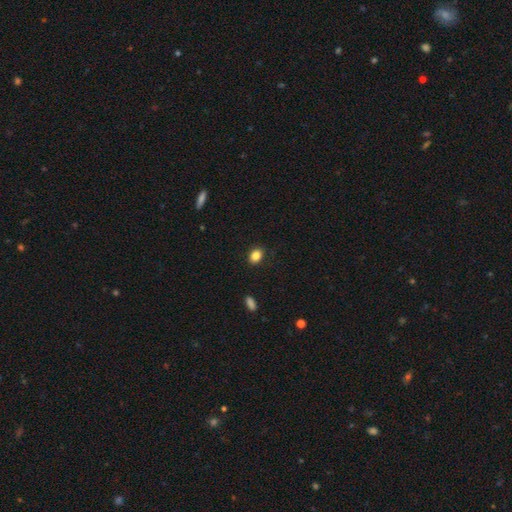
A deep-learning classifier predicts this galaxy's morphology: This appears to be a smooth galaxy with no disk features (85%) that is in between round and cigar-shaped (66%). Merging: none (88%).